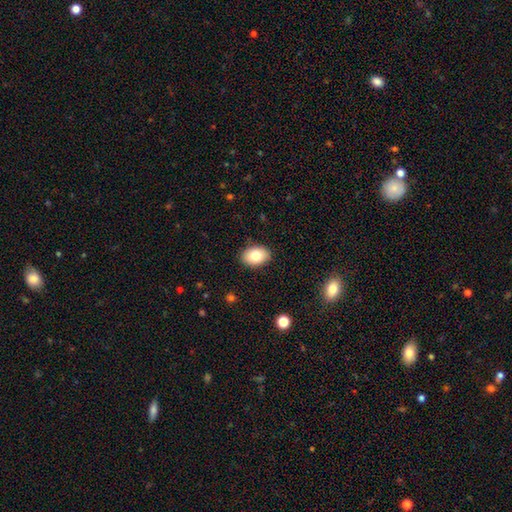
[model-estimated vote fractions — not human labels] Overall: smooth (79%). How rounded: in between (82%). Merging: none (89%).